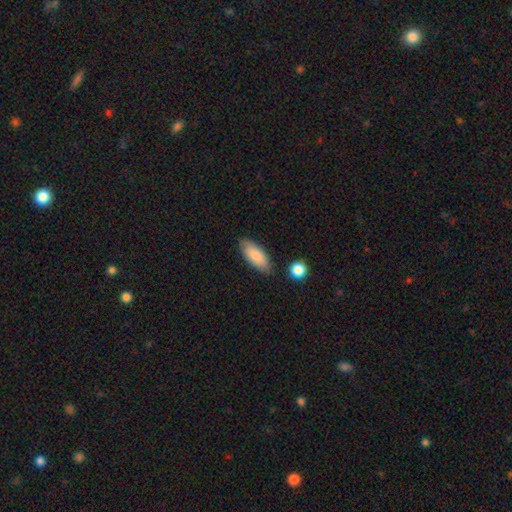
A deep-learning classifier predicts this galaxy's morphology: A smooth galaxy with no disk features (85%) that is in between round and cigar-shaped (84%). Merging: none (82%).